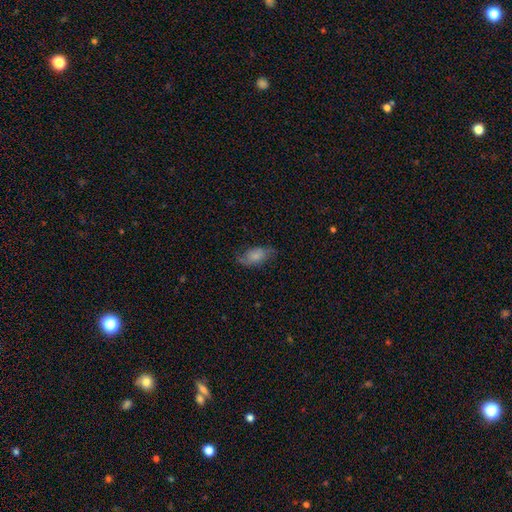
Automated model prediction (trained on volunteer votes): smooth 62%, featured or disk 30%, star or artifact 8%. Down the decision tree: how rounded — in between (91%); merging — none (62%).